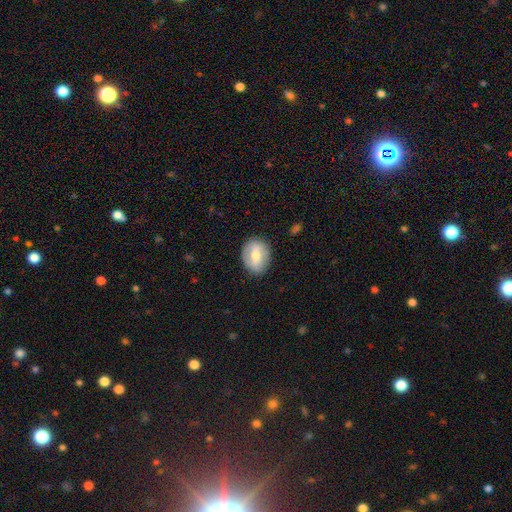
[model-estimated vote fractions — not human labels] A smooth galaxy with no disk features (52%) that is in between round and cigar-shaped (50%).

Vote fractions:
- Smooth or featured? smooth: 52% / featured or disk: 41% / star or artifact: 7%
- How rounded? in between: 50% / round: 48% / cigar-shaped: 1%
- Merging? none: 84% / minor disturbance: 12% / major disturbance: 3% / merger: 1%